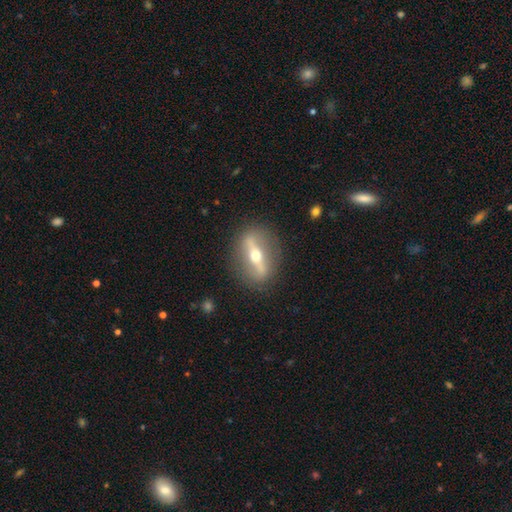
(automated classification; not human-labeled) Overall: featured or disk (78%). Edge-on disk: yes (56%; no 44%). Merging: none (86%).